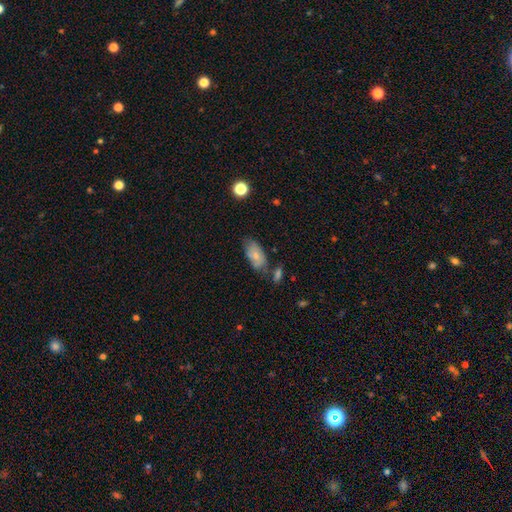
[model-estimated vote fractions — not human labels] Overall: smooth (72%). How rounded: in between (92%). Merging: none (52%; minor disturbance 29%).